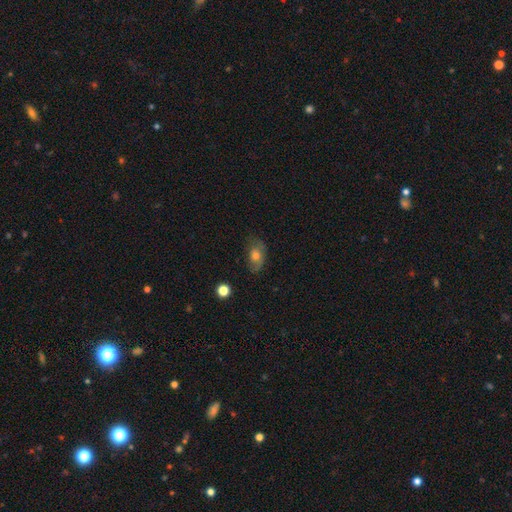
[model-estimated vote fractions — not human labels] This appears to be a smooth galaxy with no disk features (61%) that is in between round and cigar-shaped (82%). Merging: none (64%).